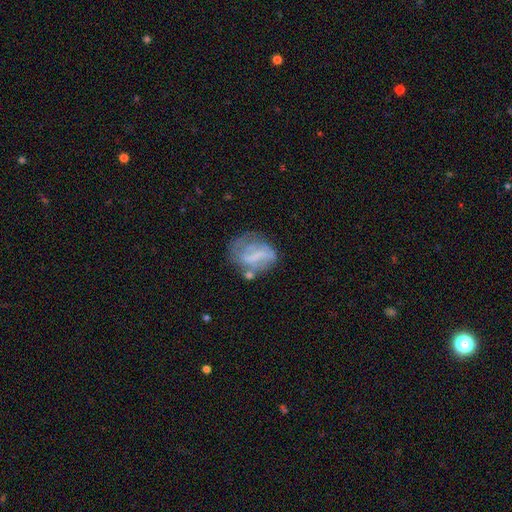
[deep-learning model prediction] Smooth or featured?
  - featured or disk: 52% *
  - smooth: 37%
  - star or artifact: 11%
Edge-on disk?
  - no: 96% *
  - yes: 4%
Bar?
  - strong: 35% *
  - weak: 33%
  - no: 32%
Spiral arms?
  - no: 59% *
  - yes: 41%
Bulge size?
  - none: 61% *
  - small: 20%
  - moderate: 13%
  - large: 4%
  - dominant: 2%
Merging?
  - none: 41% *
  - minor disturbance: 26%
  - major disturbance: 23%
  - merger: 10%